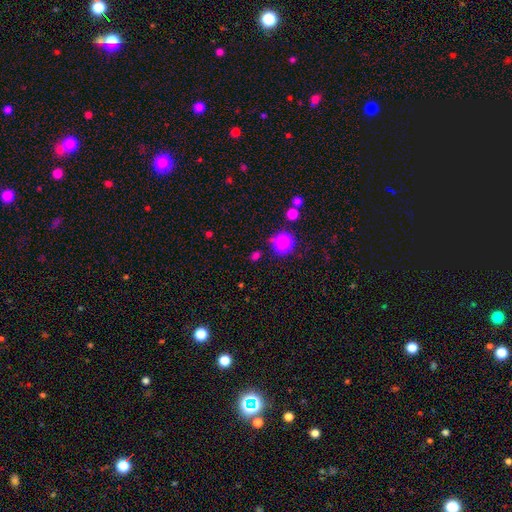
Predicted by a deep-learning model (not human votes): Q: Smooth or featured?
A: smooth (61%); runner-up: star or artifact (33%)
Q: How rounded?
A: round (67%); runner-up: in between (31%)
Q: Merging?
A: none (76%); runner-up: minor disturbance (12%)